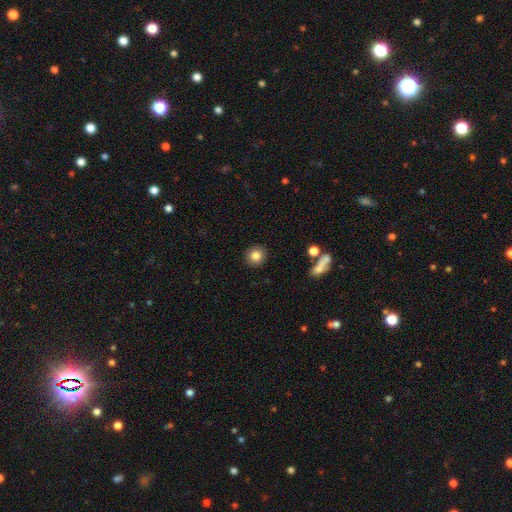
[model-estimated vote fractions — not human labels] The model was most divided on "smooth or featured": smooth: 84%, star or artifact: 9%, featured or disk: 7%. More confident: how rounded — round (91%); merging — none (90%).